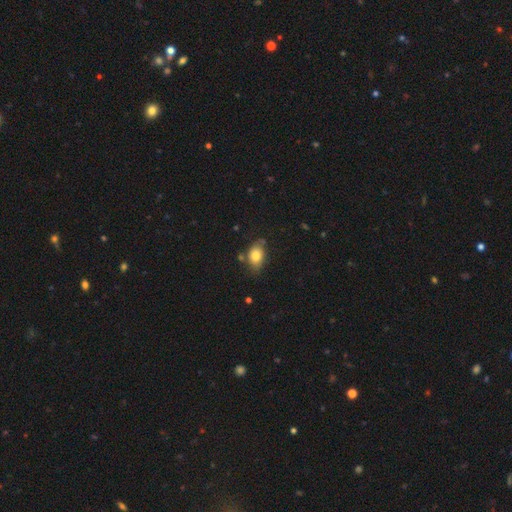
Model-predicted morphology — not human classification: smooth_or_featured: smooth (p=0.79) [alt: featured or disk p=0.13]
how_rounded: in between (p=0.80) [alt: round p=0.19]
merging: none (p=0.66) [alt: minor disturbance p=0.23]